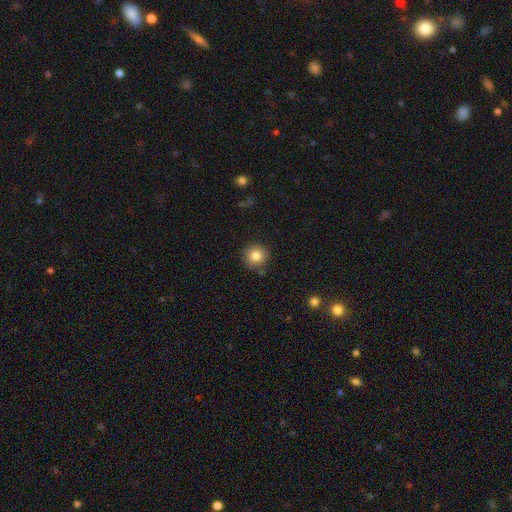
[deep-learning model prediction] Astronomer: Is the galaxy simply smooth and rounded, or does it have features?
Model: smooth — 83%.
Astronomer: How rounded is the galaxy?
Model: round — 94%.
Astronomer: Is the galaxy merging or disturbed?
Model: none — 88%.